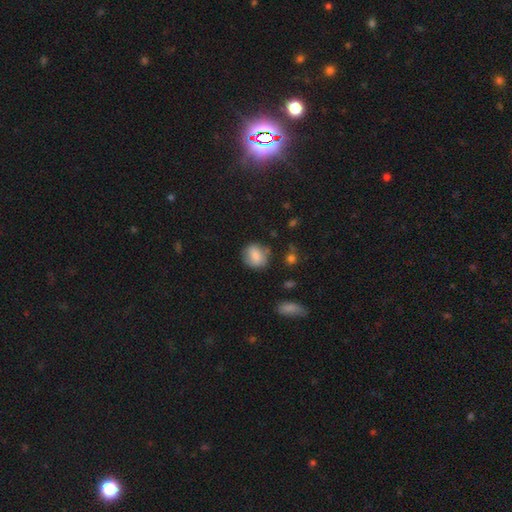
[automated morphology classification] A smooth galaxy with no disk features (75%) that is round (63%).

Vote fractions:
- Smooth or featured? smooth: 75% / featured or disk: 16% / star or artifact: 9%
- How rounded? round: 63% / in between: 36% / cigar-shaped: 1%
- Merging? none: 69% / minor disturbance: 21% / major disturbance: 7% / merger: 3%